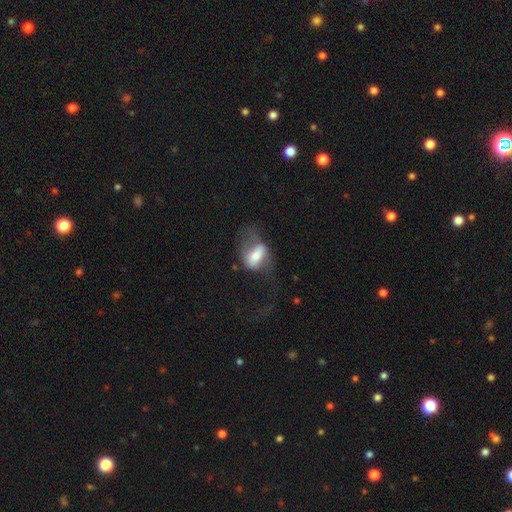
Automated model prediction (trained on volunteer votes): smooth 49%, featured or disk 43%, star or artifact 8%. Down the decision tree: merging — major disturbance (44%).